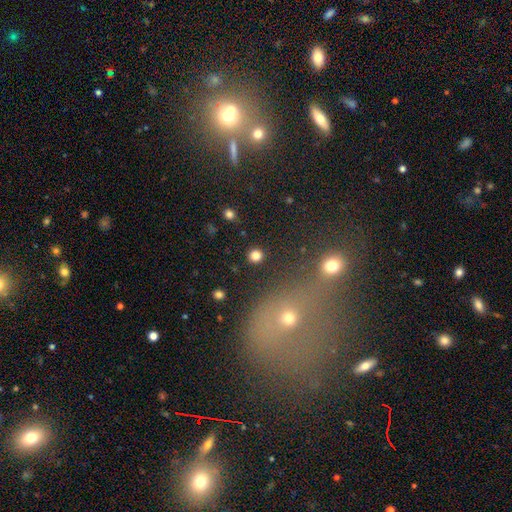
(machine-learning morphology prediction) type=smooth (82%); roundness=round (92%); merging=none (91%).